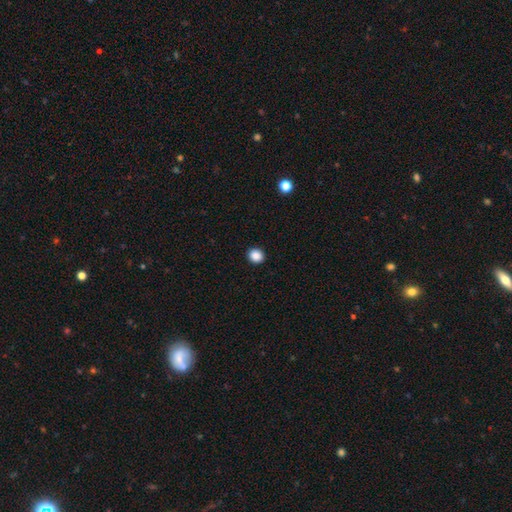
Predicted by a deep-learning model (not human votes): Smooth or featured: smooth — 88% (star or artifact — 10%)
How rounded: round — 81% (in between — 18%)
Merging: none — 93% (minor disturbance — 5%)